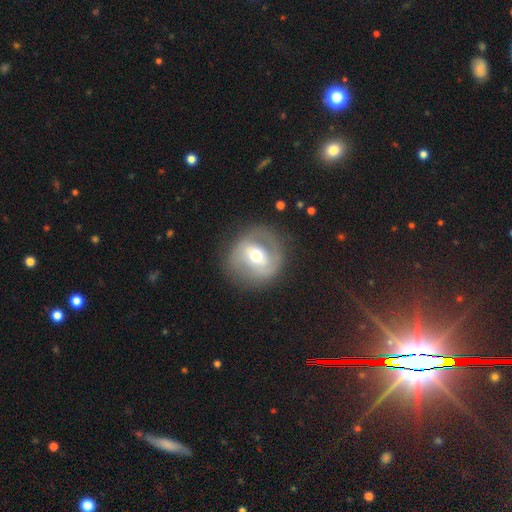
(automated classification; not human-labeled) Smooth or featured: featured or disk — 65% (smooth — 29%)
Edge-on disk: no — 97% (yes — 3%)
Bar: weak — 40% (no — 37%)
Spiral arms: yes — 70% (no — 30%)
Bulge size: moderate — 70% (small — 14%)
Merging: none — 76% (minor disturbance — 14%)